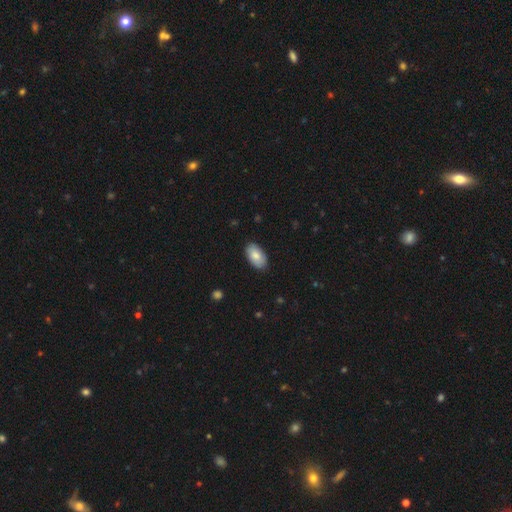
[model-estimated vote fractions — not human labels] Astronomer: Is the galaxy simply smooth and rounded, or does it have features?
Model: smooth — 83%.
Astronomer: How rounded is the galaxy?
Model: in between — 95%.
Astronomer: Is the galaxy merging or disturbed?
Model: none — 87%.